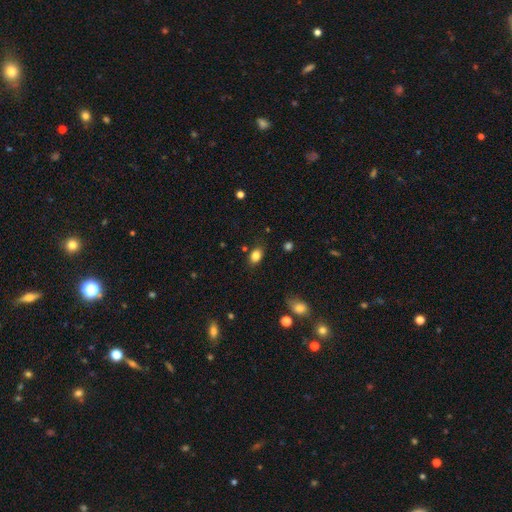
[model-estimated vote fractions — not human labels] A smooth galaxy with no disk features (84%) that is in between round and cigar-shaped (78%). Merging: none (81%).